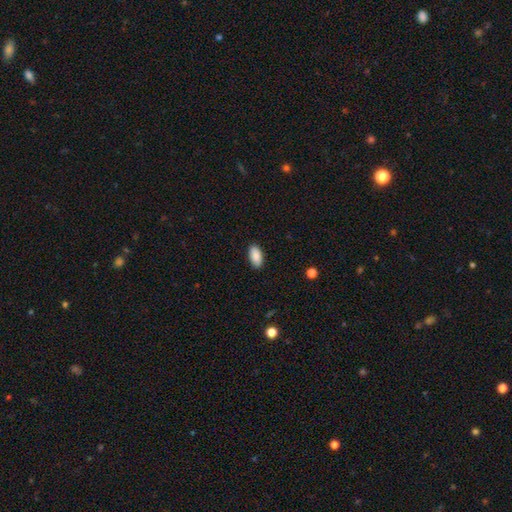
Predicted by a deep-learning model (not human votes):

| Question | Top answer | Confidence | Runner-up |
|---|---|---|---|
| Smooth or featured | smooth | 89% | star or artifact (7%) |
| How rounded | in between | 93% | cigar-shaped (5%) |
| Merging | none | 89% | minor disturbance (8%) |